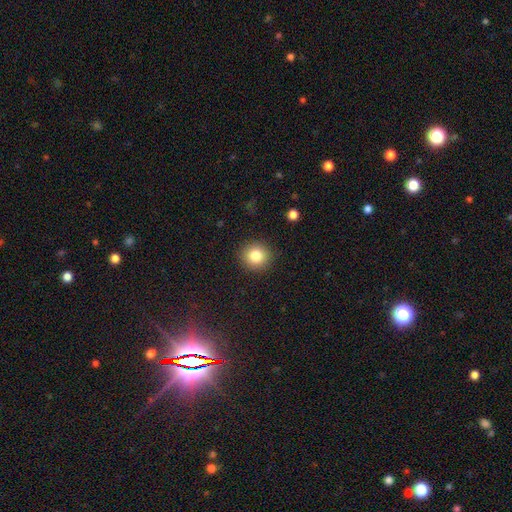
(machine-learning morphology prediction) This is clearly a smooth galaxy (82%). How rounded: clearly round (92%). Merging: clearly none (91%).